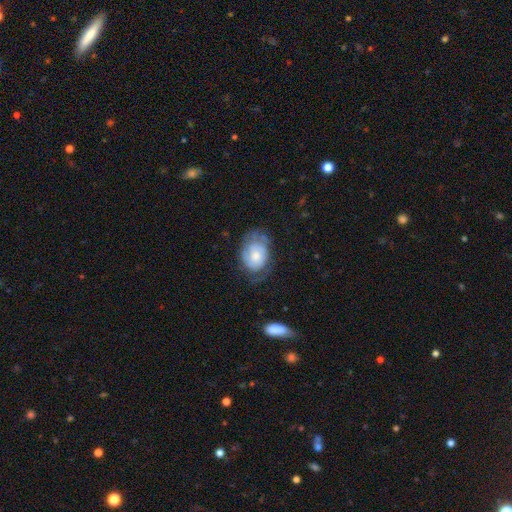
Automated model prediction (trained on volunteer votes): This is possibly a featured or disk galaxy (52%). It is clearly not viewed edge-on (96%). Merging: possibly none (48%).